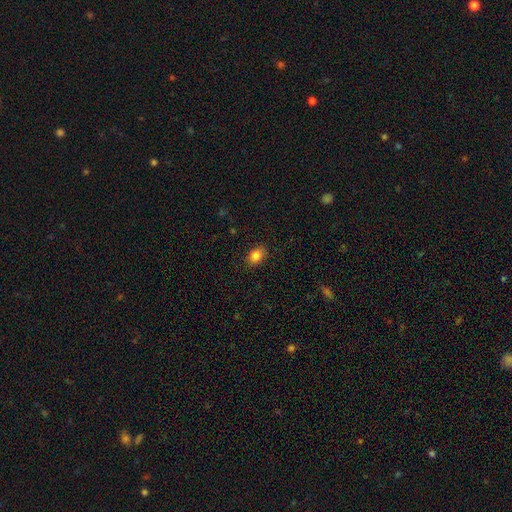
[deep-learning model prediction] Smooth or featured? Predicted: smooth (p=0.85). How rounded? Predicted: in between (p=0.74). Merging? Predicted: none (p=0.88).